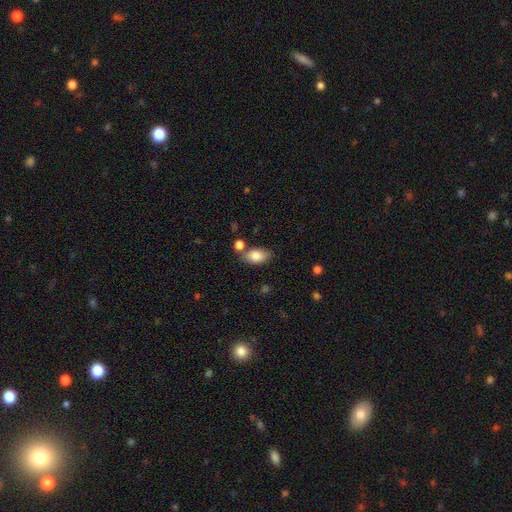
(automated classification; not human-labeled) The model was most divided on "merging": none: 69%, minor disturbance: 15%, merger: 13%, major disturbance: 4%. More confident: how rounded — in between (90%); smooth or featured — smooth (83%).